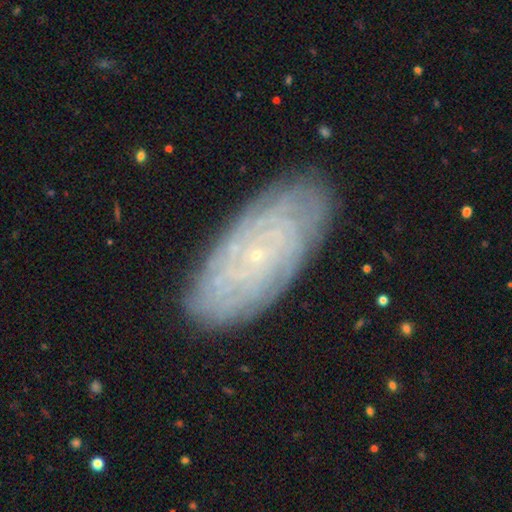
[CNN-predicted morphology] This is likely a featured or disk galaxy (71%). It is clearly not viewed edge-on (91%). Bar: clearly no (82%). Spiral arm pattern: clearly yes (88%). Spiral arm count: possibly can't tell (54%). Spiral winding: clearly tight (83%). Central bulge: clearly small (91%). Merging: clearly none (85%).